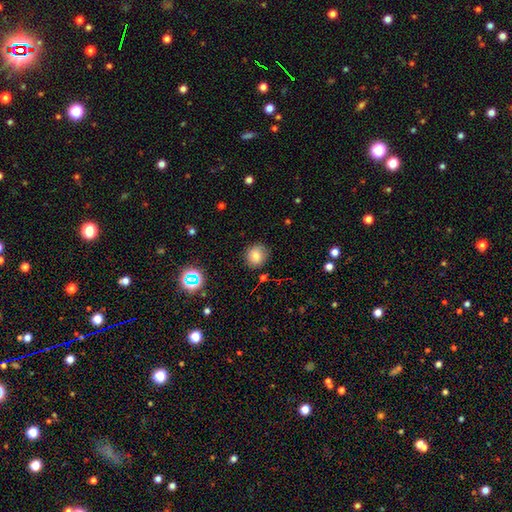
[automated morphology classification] Smooth or featured? Predicted: smooth (p=0.76). How rounded? Predicted: round (p=0.87). Merging? Predicted: none (p=0.85).